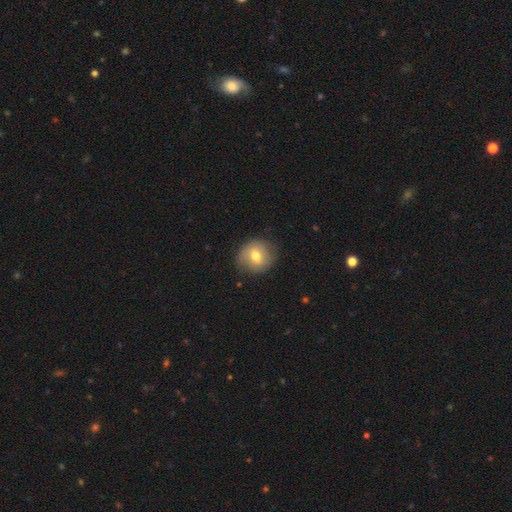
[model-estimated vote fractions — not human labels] smooth 67%, featured or disk 26%, star or artifact 8%. Down the decision tree: how rounded — round (83%); merging — none (79%).